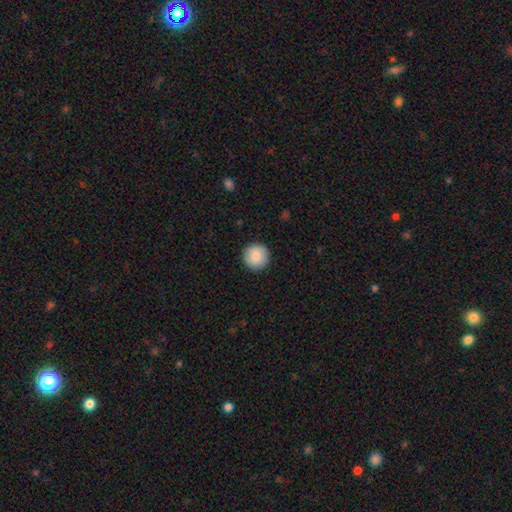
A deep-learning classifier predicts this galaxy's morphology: Q: Smooth or featured?
A: smooth (85%); runner-up: star or artifact (7%)
Q: How rounded?
A: round (96%); runner-up: in between (3%)
Q: Merging?
A: none (92%); runner-up: minor disturbance (5%)